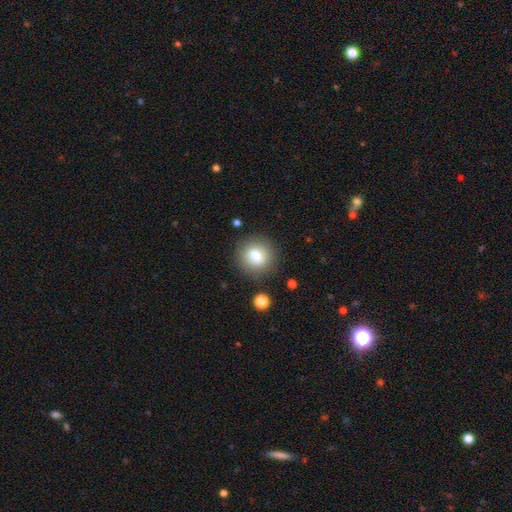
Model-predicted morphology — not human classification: Q: Smooth or featured?
A: smooth (79%); runner-up: featured or disk (11%)
Q: How rounded?
A: round (86%); runner-up: in between (13%)
Q: Merging?
A: none (86%); runner-up: minor disturbance (9%)